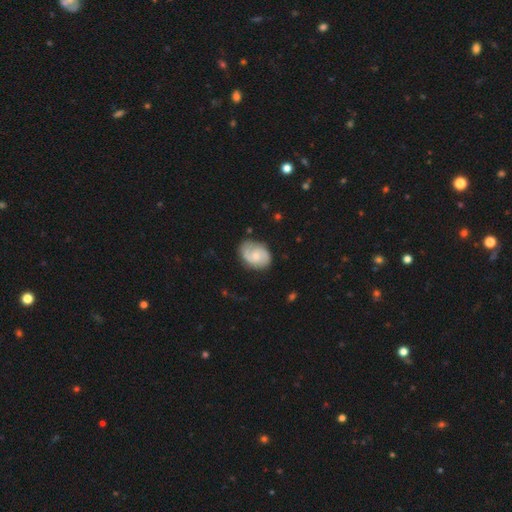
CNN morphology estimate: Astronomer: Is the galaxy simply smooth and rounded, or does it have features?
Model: featured or disk — 70%.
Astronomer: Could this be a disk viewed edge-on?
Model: no — 98%.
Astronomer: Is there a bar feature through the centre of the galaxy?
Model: no — 61%.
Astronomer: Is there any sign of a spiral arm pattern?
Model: yes — 93%.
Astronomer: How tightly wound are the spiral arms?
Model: medium — 46% (runner-up: tight, 29%).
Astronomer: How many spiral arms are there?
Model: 2 — 83%.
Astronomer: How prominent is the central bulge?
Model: small — 50% (runner-up: moderate, 40%).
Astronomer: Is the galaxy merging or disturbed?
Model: none — 74%.